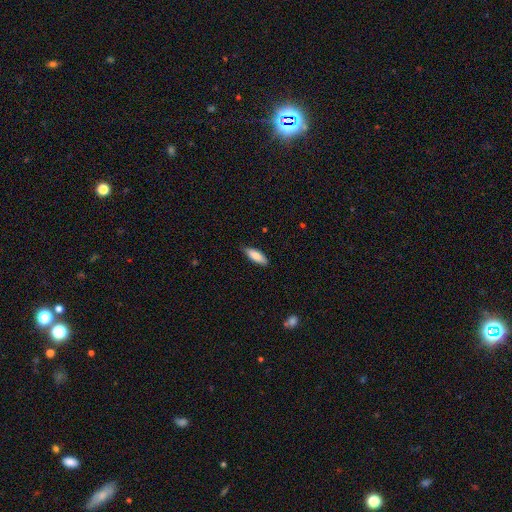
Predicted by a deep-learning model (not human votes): Smooth or featured?
  - smooth: 83% *
  - featured or disk: 12%
  - star or artifact: 6%
How rounded?
  - in between: 62% *
  - cigar-shaped: 37%
  - round: 2%
Merging?
  - none: 81% *
  - minor disturbance: 16%
  - major disturbance: 2%
  - merger: 1%